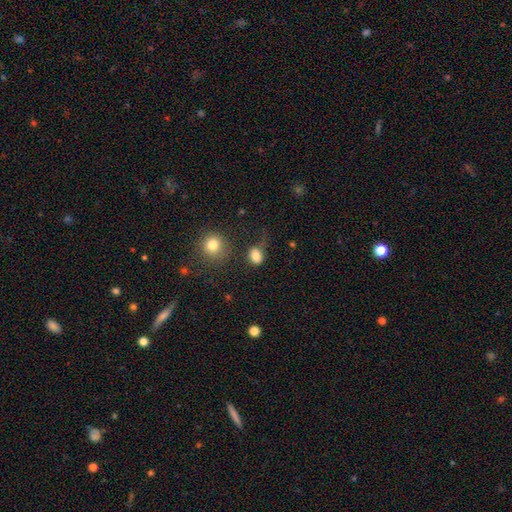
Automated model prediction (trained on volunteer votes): smooth_or_featured: smooth (p=0.83) [alt: star or artifact p=0.10]
how_rounded: in between (p=0.55) [alt: round p=0.44]
merging: none (p=0.46) [alt: minor disturbance p=0.26]